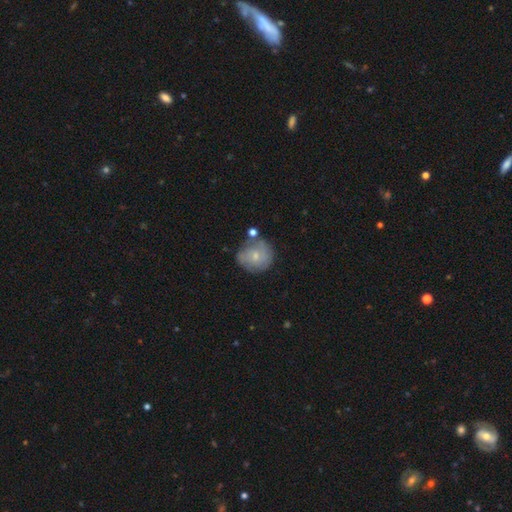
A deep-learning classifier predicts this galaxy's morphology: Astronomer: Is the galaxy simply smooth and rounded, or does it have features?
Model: smooth — 57% (runner-up: featured or disk, 36%).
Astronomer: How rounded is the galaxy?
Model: round — 85%.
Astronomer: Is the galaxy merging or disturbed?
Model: none — 57%.